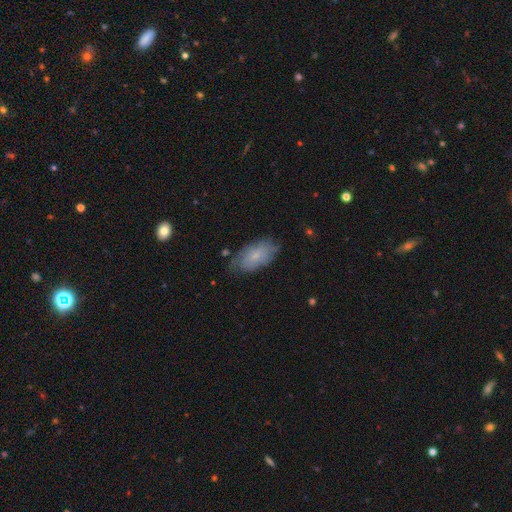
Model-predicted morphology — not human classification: Smooth or featured: smooth — 66% (featured or disk — 26%)
How rounded: in between — 92% (cigar-shaped — 4%)
Merging: none — 68% (minor disturbance — 24%)